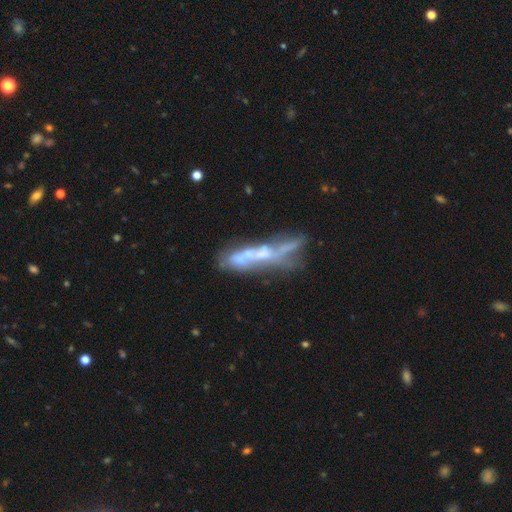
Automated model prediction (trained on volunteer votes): A featured or disk galaxy (66%) with not edge-on (50%, tied with yes). Merging: none (34%, tied with merger).